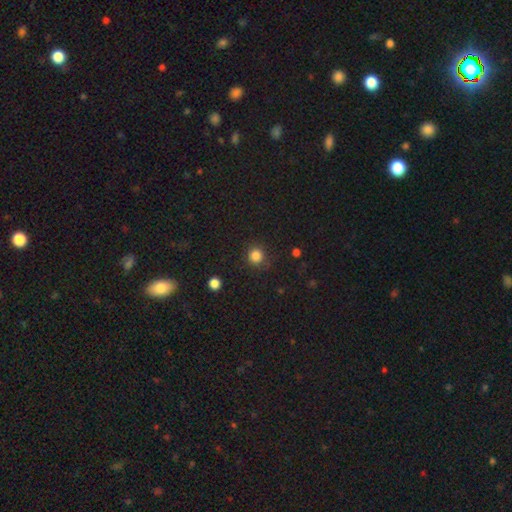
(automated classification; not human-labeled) This appears to be a smooth galaxy with no disk features (84%) that is round (91%). Merging: none (83%).